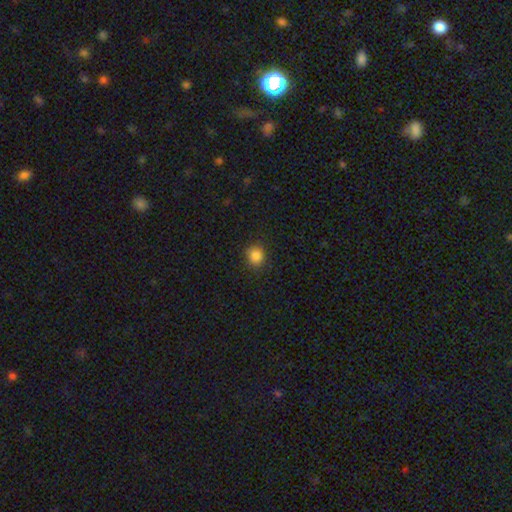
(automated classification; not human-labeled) Smooth or featured: smooth — 85% (star or artifact — 11%)
How rounded: round — 85% (in between — 14%)
Merging: none — 89% (minor disturbance — 8%)